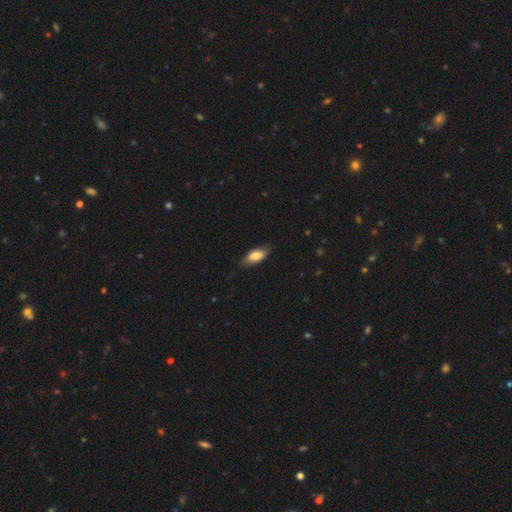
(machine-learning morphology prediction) This is clearly a smooth galaxy (80%). How rounded: clearly in between (84%). Merging: likely none (76%).